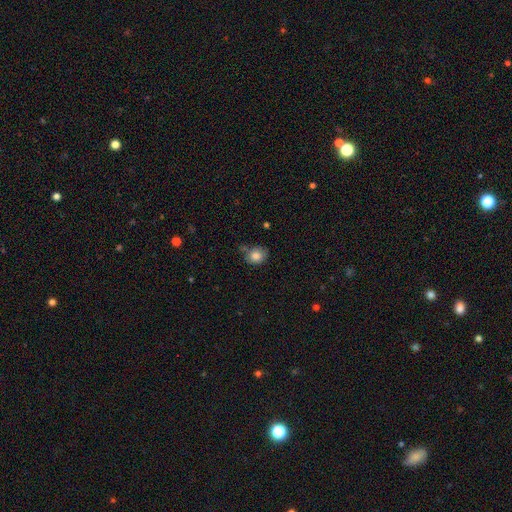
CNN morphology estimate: Smooth or featured? Predicted: smooth (p=0.83). How rounded? Predicted: round (p=0.68). Merging? Predicted: none (p=0.63).